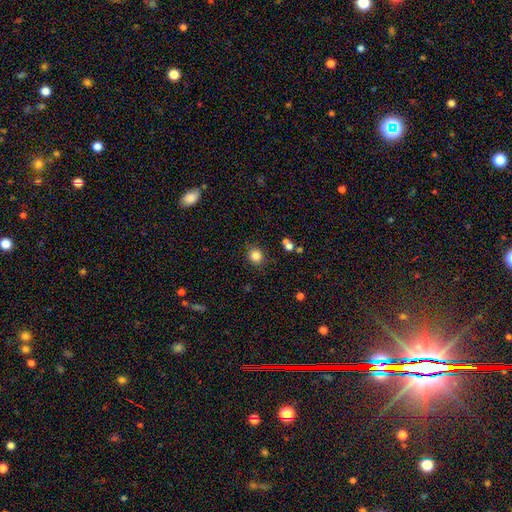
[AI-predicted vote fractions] Morphology: type=smooth (84%); roundness=round (71%); merging=none (85%).